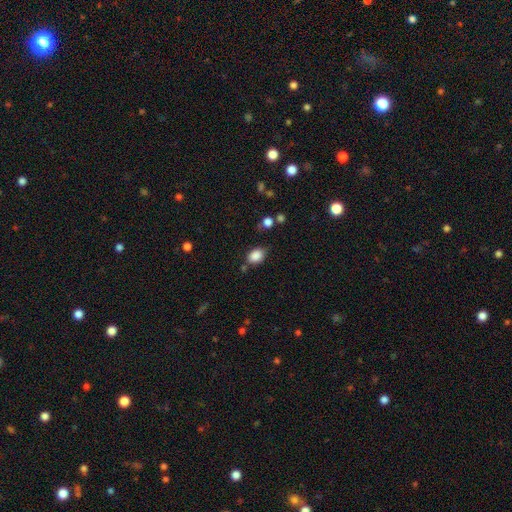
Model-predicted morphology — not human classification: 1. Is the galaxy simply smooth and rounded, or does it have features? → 86% smooth, 9% star or artifact, 4% featured or disk.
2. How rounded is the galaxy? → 66% in between, 32% round, 1% cigar-shaped.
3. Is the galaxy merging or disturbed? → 70% none, 20% minor disturbance, 5% major disturbance, 5% merger.